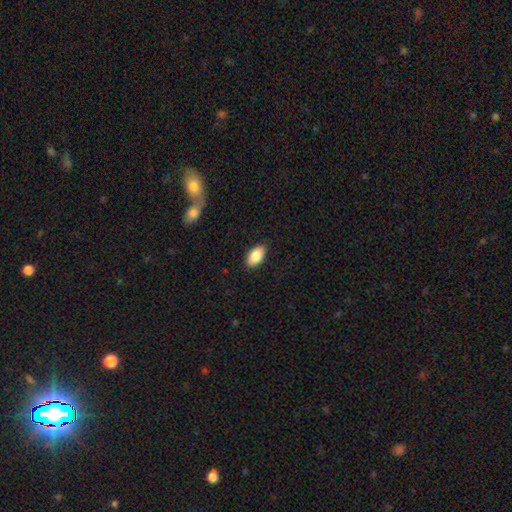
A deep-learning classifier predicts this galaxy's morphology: Q: Smooth or featured?
A: smooth (86%); runner-up: featured or disk (8%)
Q: How rounded?
A: in between (94%); runner-up: round (4%)
Q: Merging?
A: none (89%); runner-up: minor disturbance (8%)